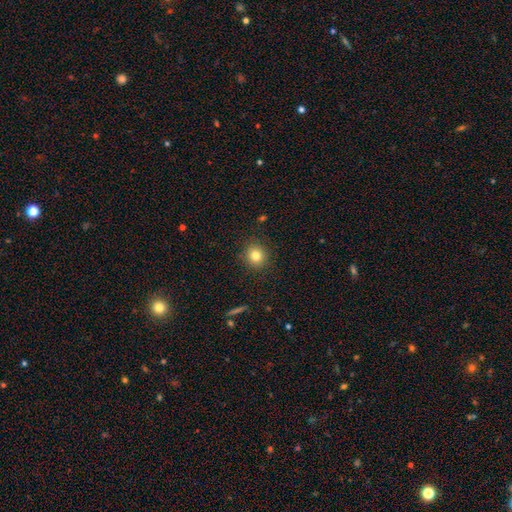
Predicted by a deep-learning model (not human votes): smooth_or_featured: smooth (p=0.81) [alt: star or artifact p=0.12]
how_rounded: round (p=0.89) [alt: in between p=0.10]
merging: none (p=0.89) [alt: minor disturbance p=0.07]